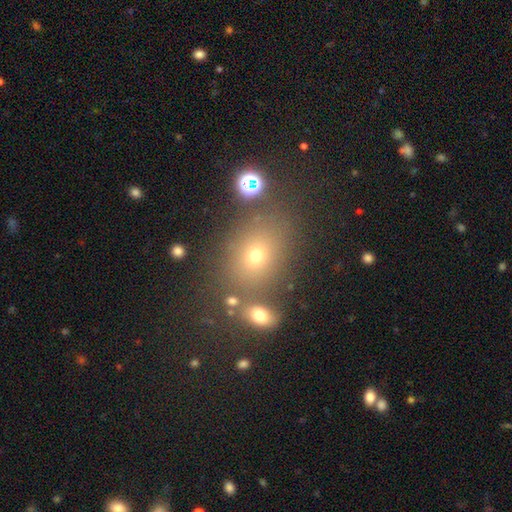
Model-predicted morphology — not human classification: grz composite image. It shows a smooth galaxy with no disk features (59%) that is in between round and cigar-shaped (55%). Merging: none (73%).